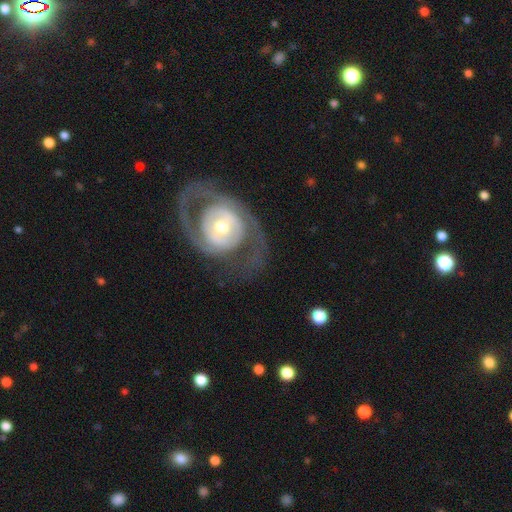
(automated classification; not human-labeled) smooth-or-featured: featured or disk: 83% | smooth: 11% | star or artifact: 6%
  disk-edge-on: no: 96% | yes: 4%
    bar: no: 60% | weak: 25% | strong: 14%
    has-spiral-arms: yes: 79% | no: 21%
      spiral-winding: tight: 42% | medium: 40% | loose: 18%
      spiral-arm-count: 2: 76% | can't tell: 12% | 1: 4% | 3: 3% | 4: 2% | more than 4: 2%
    bulge-size: small: 45% (tied) | moderate: 45% (tied) | large: 8% | dominant: 2% | none: 1%
  merging: none: 70% | major disturbance: 16% | minor disturbance: 13% | merger: 2%